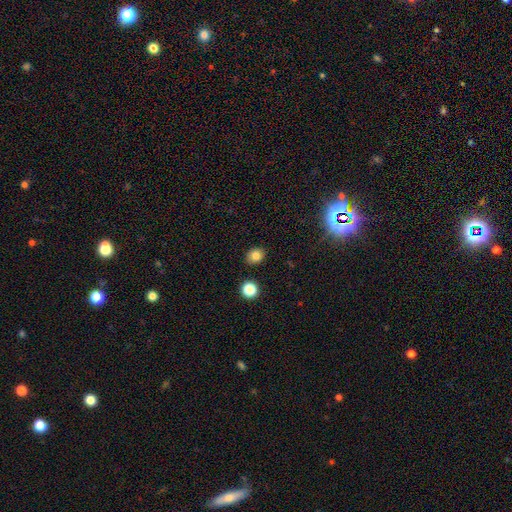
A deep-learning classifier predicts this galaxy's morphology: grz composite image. It shows a smooth galaxy with no disk features (81%) that is round (53%). Merging: none (87%).